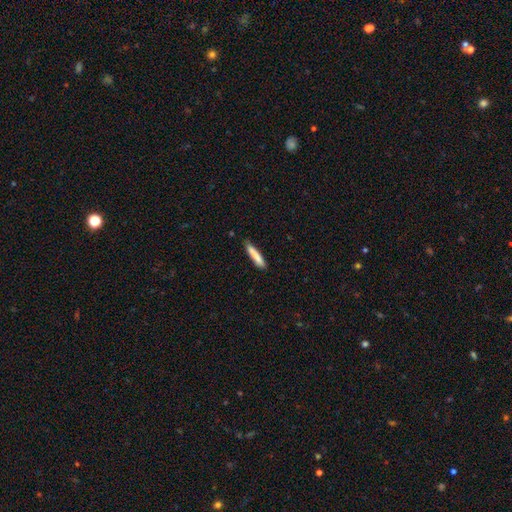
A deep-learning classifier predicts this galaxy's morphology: type=smooth (82%); roundness=cigar-shaped (91%); merging=none (83%).